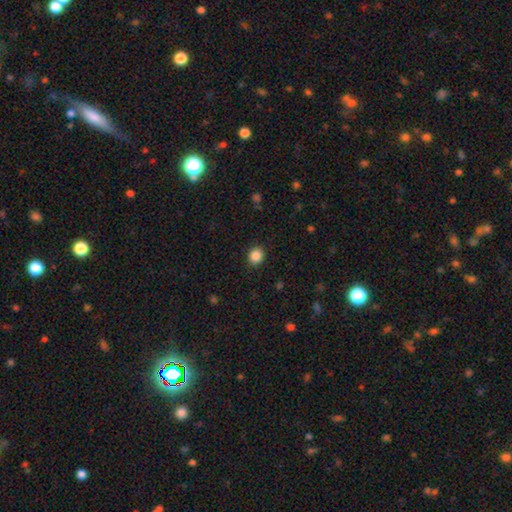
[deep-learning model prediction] smooth 87%, star or artifact 10%, featured or disk 3%. Down the decision tree: how rounded — round (75%); merging — none (90%).